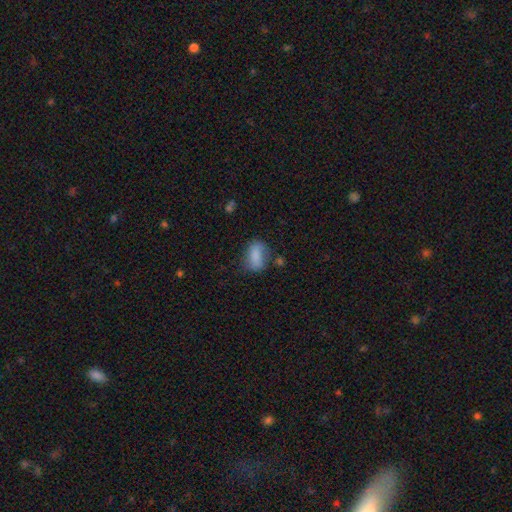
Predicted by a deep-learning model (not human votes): The model was most divided on "merging": none: 58%, minor disturbance: 26%, major disturbance: 11%, merger: 5%. More confident: how rounded — in between (85%); smooth or featured — smooth (79%).